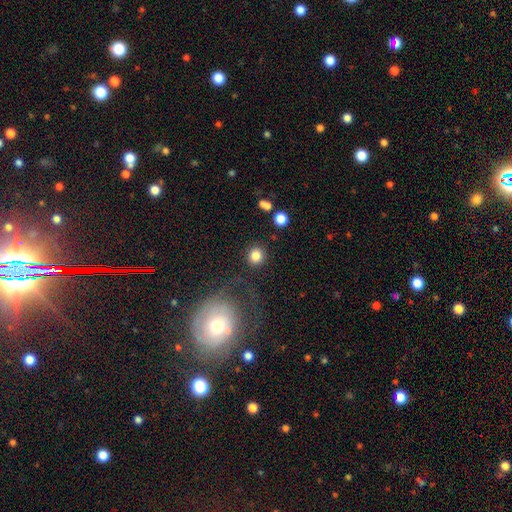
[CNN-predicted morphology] Overall: smooth (83%). How rounded: round (92%). Merging: none (87%).